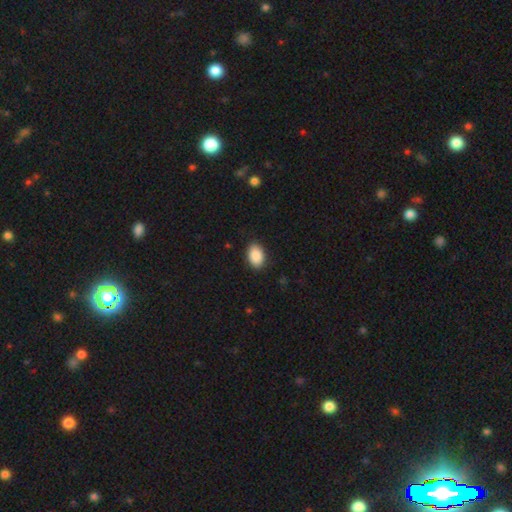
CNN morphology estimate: Smooth or featured?
  - smooth: 90% *
  - star or artifact: 7%
  - featured or disk: 3%
How rounded?
  - in between: 88% *
  - round: 11%
  - cigar-shaped: 1%
Merging?
  - none: 88% *
  - minor disturbance: 9%
  - major disturbance: 2%
  - merger: 1%